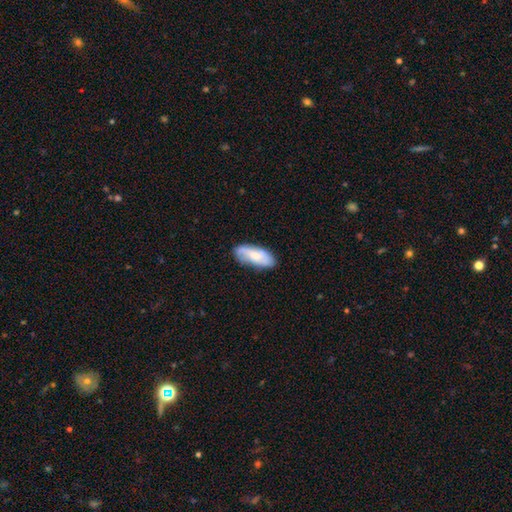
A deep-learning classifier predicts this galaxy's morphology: Smooth or featured? smooth (57%)
How rounded? in between (82%)
Merging? none (73%)